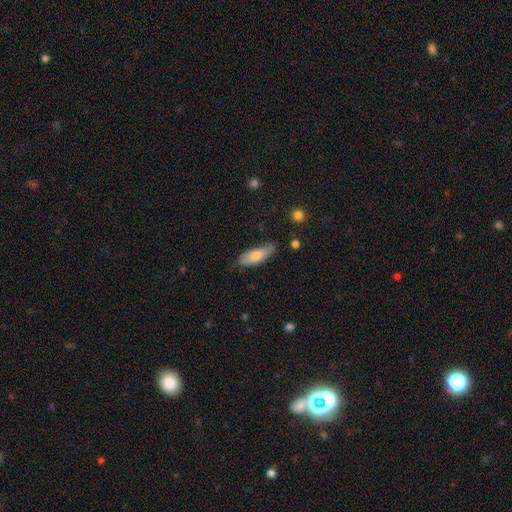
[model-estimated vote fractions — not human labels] A smooth galaxy with no disk features (75%) that is in between round and cigar-shaped (66%). Merging: none (66%).